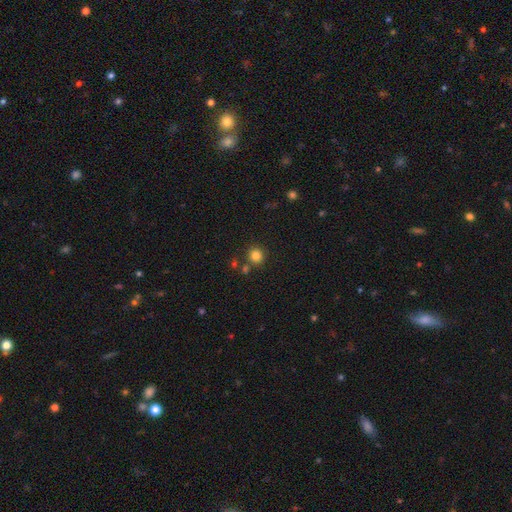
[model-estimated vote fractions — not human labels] smooth_or_featured: smooth (p=0.82) [alt: star or artifact p=0.12]
how_rounded: round (p=0.90) [alt: in between p=0.09]
merging: none (p=0.80) [alt: merger p=0.09]